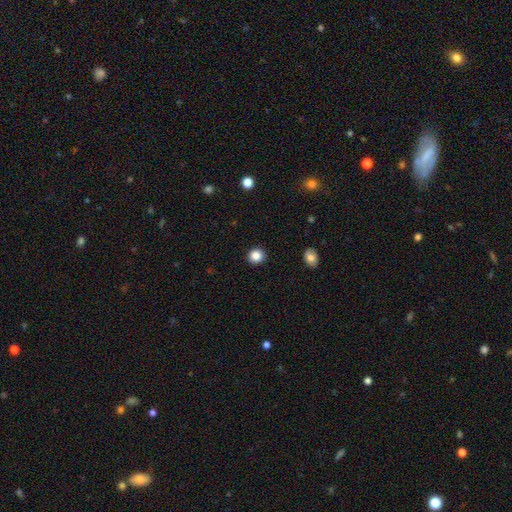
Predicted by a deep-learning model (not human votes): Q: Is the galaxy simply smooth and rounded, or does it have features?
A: smooth — 86%.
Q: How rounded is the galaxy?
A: round — 90%.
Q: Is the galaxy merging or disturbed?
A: none — 92%.